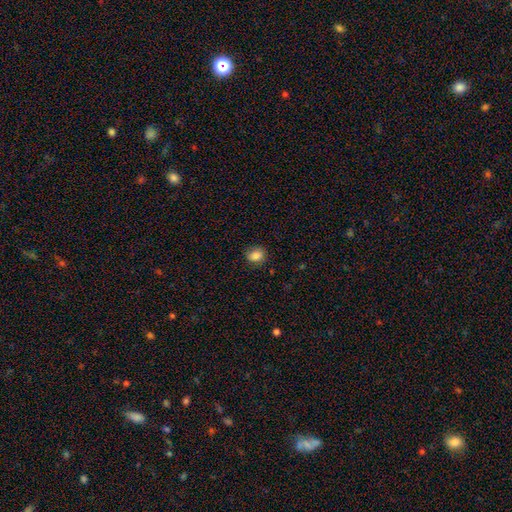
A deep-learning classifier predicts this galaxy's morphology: smooth 85%, star or artifact 10%, featured or disk 6%. Down the decision tree: how rounded — round (50%); merging — none (83%).